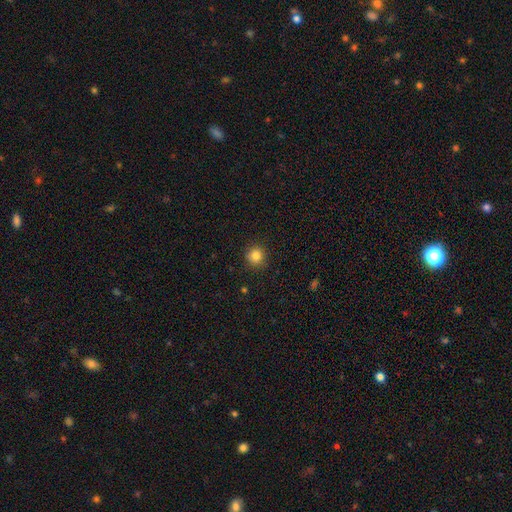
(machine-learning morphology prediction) Q: Smooth or featured?
A: smooth (84%); runner-up: star or artifact (11%)
Q: How rounded?
A: round (93%); runner-up: in between (6%)
Q: Merging?
A: none (90%); runner-up: minor disturbance (6%)